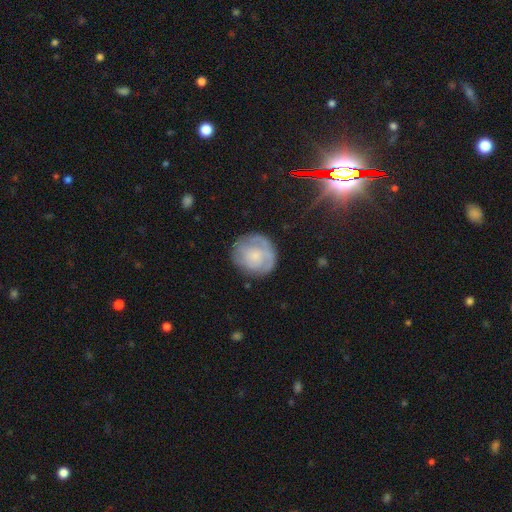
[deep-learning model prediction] The model was most divided on "smooth or featured": featured or disk: 49%, smooth: 44%, star or artifact: 7%. More confident: merging — none (73%).